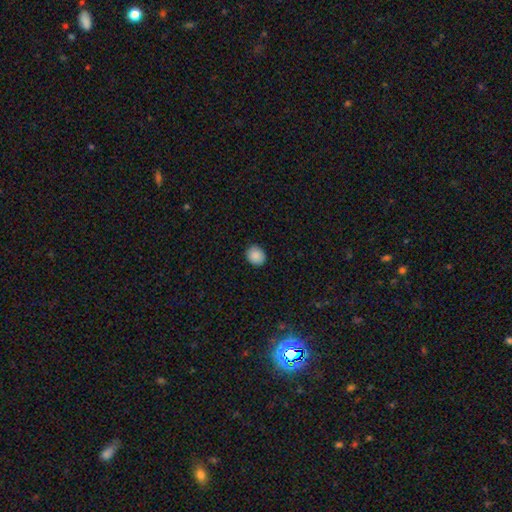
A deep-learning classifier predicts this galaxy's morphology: A smooth galaxy with no disk features (89%) that is round (74%). Merging: none (89%).